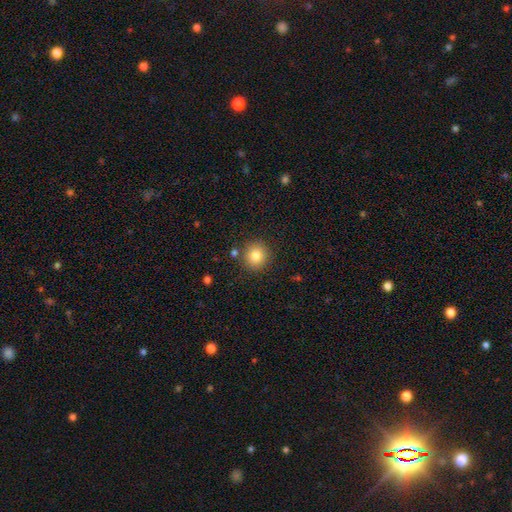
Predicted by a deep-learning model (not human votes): Smooth or featured? smooth (81%)
How rounded? round (92%)
Merging? none (86%)